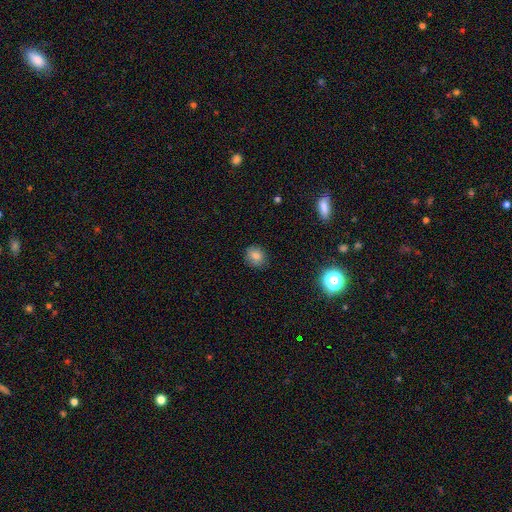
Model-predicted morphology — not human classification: smooth 80%, star or artifact 13%, featured or disk 8%. Down the decision tree: how rounded — round (73%); merging — none (86%).